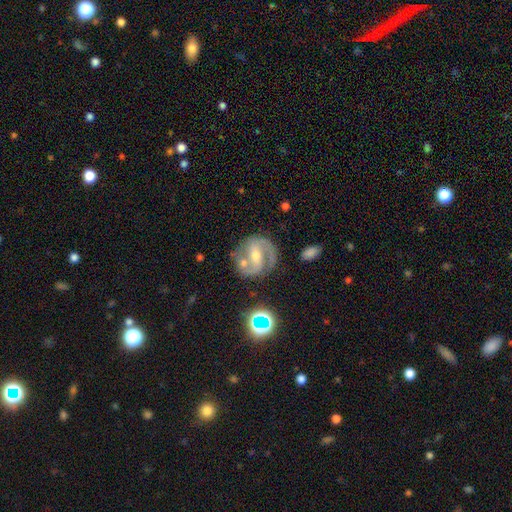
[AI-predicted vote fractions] A featured or disk galaxy (83%) with a strong bar (45%), 2 (85%) medium (53%) spiral arms (94%) and a moderate central bulge (57%). Merging: none (69%).